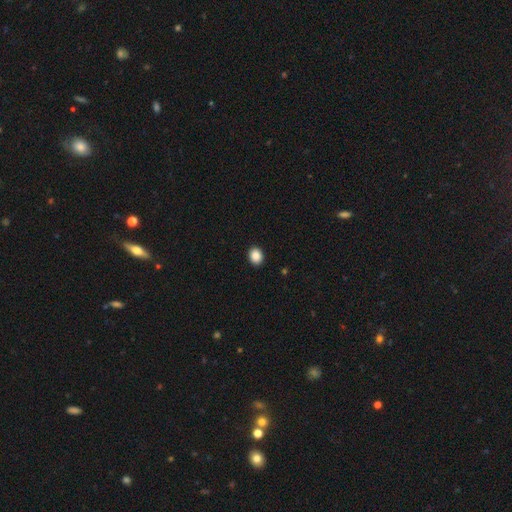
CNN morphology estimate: smooth-or-featured: smooth: 88% | star or artifact: 9% | featured or disk: 3%
  how-rounded: round: 60% | in between: 39% | cigar-shaped: 1%
  merging: none: 92% | minor disturbance: 5% | major disturbance: 2% | merger: 1%